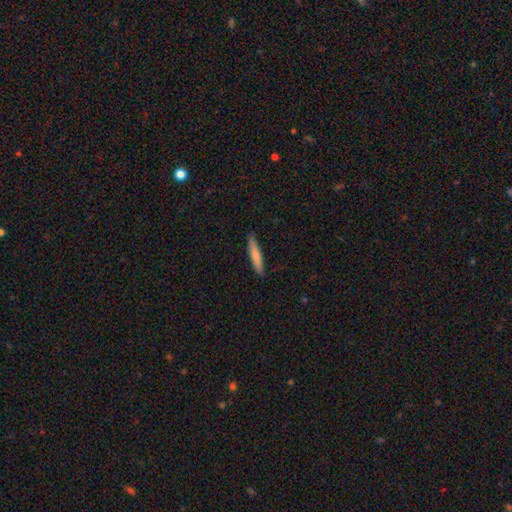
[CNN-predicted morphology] type=smooth (77%); roundness=cigar-shaped (89%); merging=none (89%).